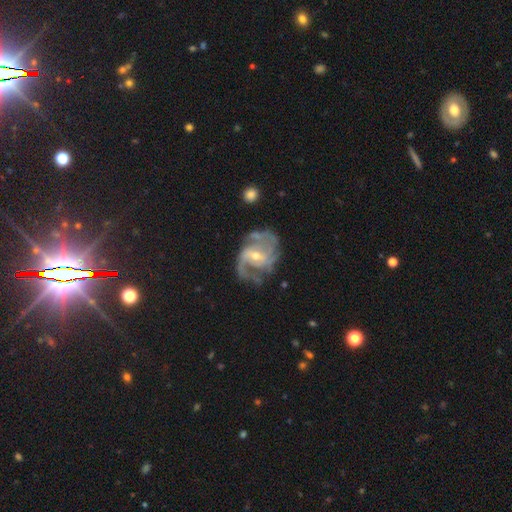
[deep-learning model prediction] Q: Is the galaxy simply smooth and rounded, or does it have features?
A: featured or disk — 90%.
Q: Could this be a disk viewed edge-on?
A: no — 98%.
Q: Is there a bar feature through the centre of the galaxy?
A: weak — 50%.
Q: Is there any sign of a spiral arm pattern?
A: yes — 97%.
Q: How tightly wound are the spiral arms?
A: medium — 52%.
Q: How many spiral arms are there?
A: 2 — 47%.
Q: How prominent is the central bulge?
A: small — 52%.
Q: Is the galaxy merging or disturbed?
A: none — 58%.